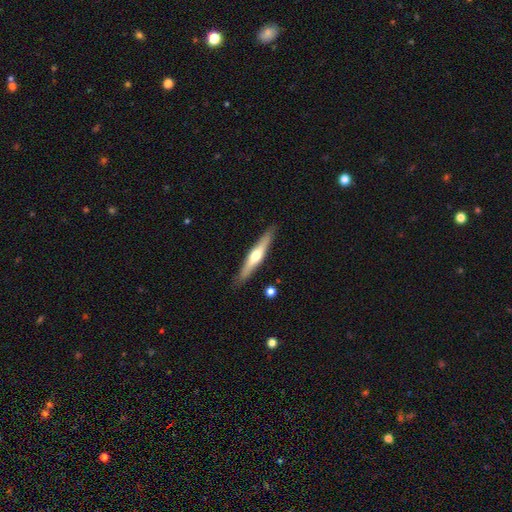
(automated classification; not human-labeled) A featured or disk galaxy (58%) viewed edge-on (95%) with a rounded central bulge (88%).

Vote fractions:
- Smooth or featured? featured or disk: 58% / smooth: 37% / star or artifact: 5%
- Edge-on disk? yes: 95% / no: 5%
- Edge-on bulge? rounded: 88% / none: 7% / boxy: 5%
- Merging? none: 88% / minor disturbance: 9% / major disturbance: 2% / merger: 2%